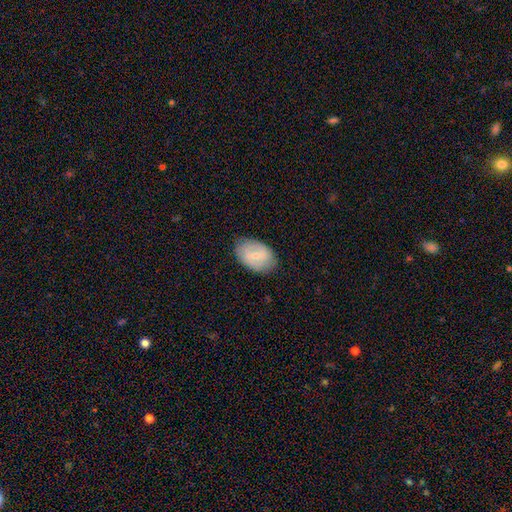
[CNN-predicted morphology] This appears to be a smooth galaxy with no disk features (48%). Merging: none (80%).